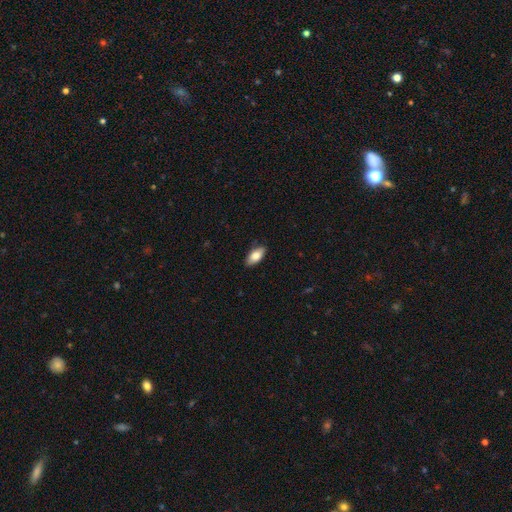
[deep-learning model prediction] smooth_or_featured: smooth (p=0.81) [alt: featured or disk p=0.13]
how_rounded: in between (p=0.90) [alt: cigar-shaped p=0.08]
merging: none (p=0.85) [alt: minor disturbance p=0.12]